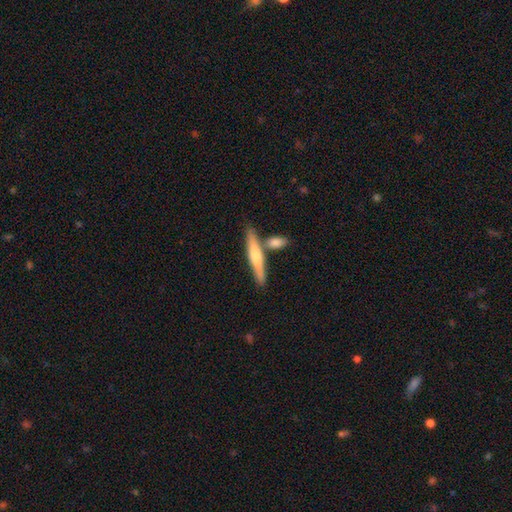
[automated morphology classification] Smooth or featured? Predicted: smooth (p=0.54). How rounded? Predicted: cigar-shaped (p=0.87). Merging? Predicted: none (p=0.69).